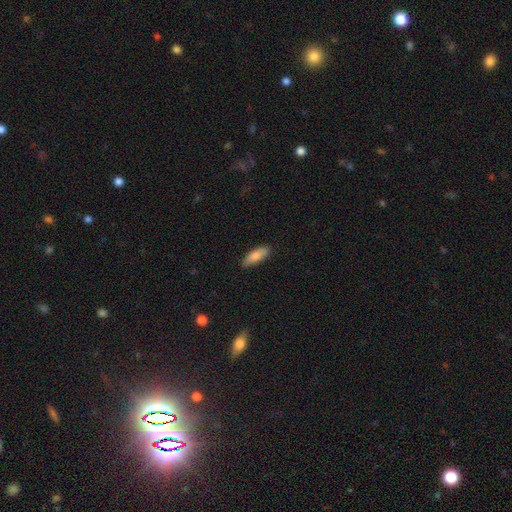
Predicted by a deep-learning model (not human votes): Overall: smooth (83%). How rounded: in between (60%; cigar-shaped 38%). Merging: none (84%).